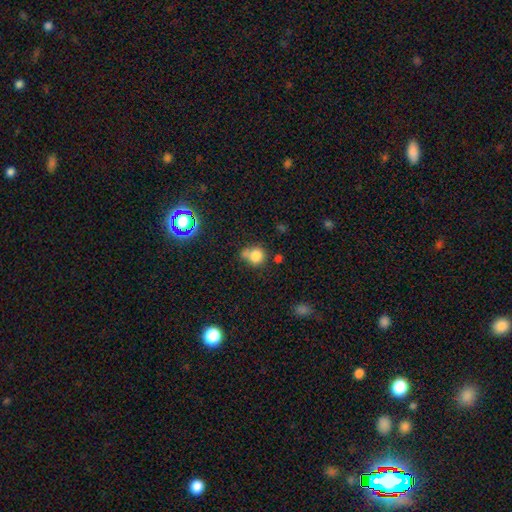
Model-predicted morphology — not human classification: smooth-or-featured: smooth: 79% | star or artifact: 12% | featured or disk: 8%
  how-rounded: round: 79% | in between: 20% | cigar-shaped: 1%
  merging: none: 47% | merger: 29% | minor disturbance: 17% | major disturbance: 6%